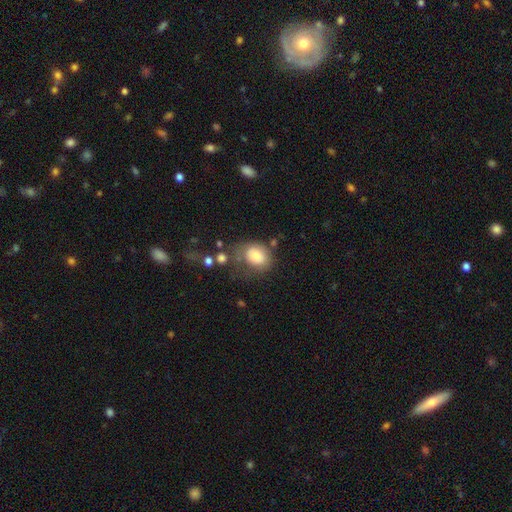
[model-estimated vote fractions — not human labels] smooth_or_featured: smooth (p=0.77) [alt: featured or disk p=0.14]
how_rounded: in between (p=0.60) [alt: round p=0.39]
merging: none (p=0.44) [alt: minor disturbance p=0.25]